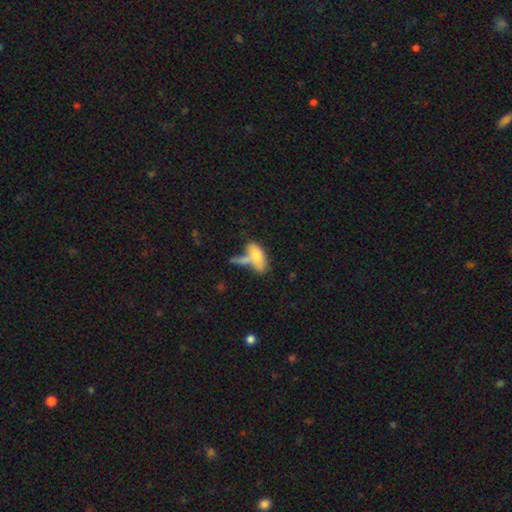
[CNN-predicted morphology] This appears to be a smooth galaxy with no disk features (68%) that is in between round and cigar-shaped (82%). Merging: merger (41%).